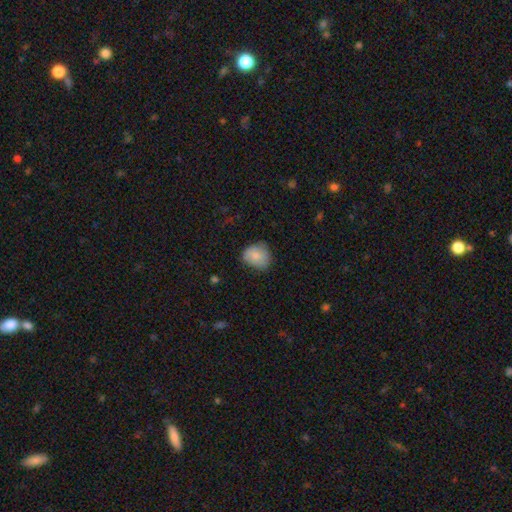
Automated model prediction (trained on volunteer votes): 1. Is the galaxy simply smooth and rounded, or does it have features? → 83% smooth, 9% featured or disk, 8% star or artifact.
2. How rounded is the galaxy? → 65% round, 34% in between, 1% cigar-shaped.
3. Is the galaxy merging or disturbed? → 62% none, 31% minor disturbance, 6% major disturbance, 1% merger.